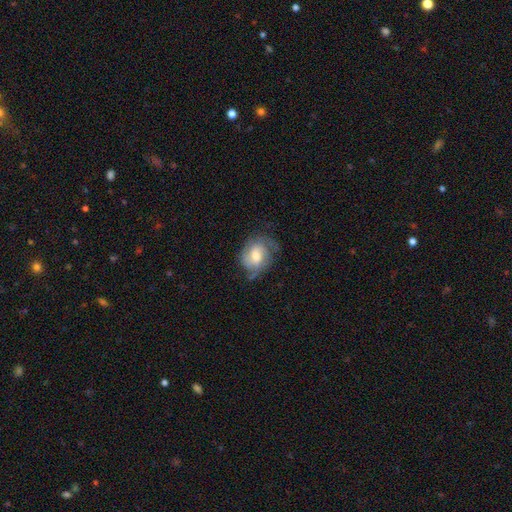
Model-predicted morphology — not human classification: featured or disk 57%, smooth 35%, star or artifact 8%. Down the decision tree: edge-on disk — no (96%); bar — no (55%); spiral arms — yes (82%); bulge size — moderate (61%); merging — none (53%).